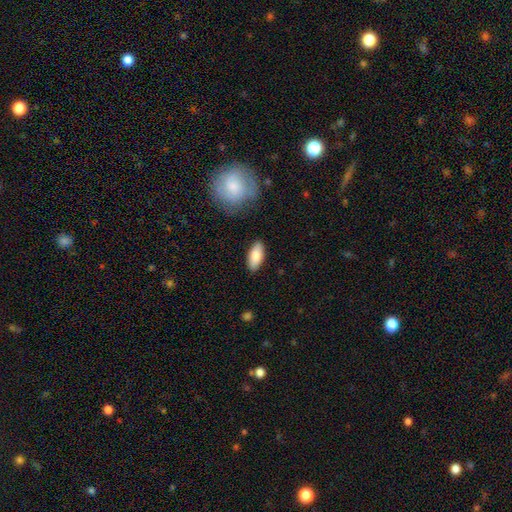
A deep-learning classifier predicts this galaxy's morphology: The model was most divided on "smooth or featured": smooth: 83%, featured or disk: 11%, star or artifact: 6%. More confident: merging — none (87%); how rounded — in between (86%).